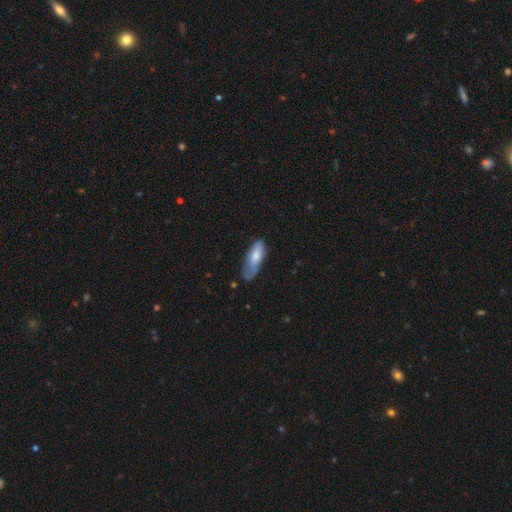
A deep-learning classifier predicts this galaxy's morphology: Smooth or featured? Predicted: smooth (p=0.69). How rounded? Predicted: in between (p=0.70). Merging? Predicted: none (p=0.40).